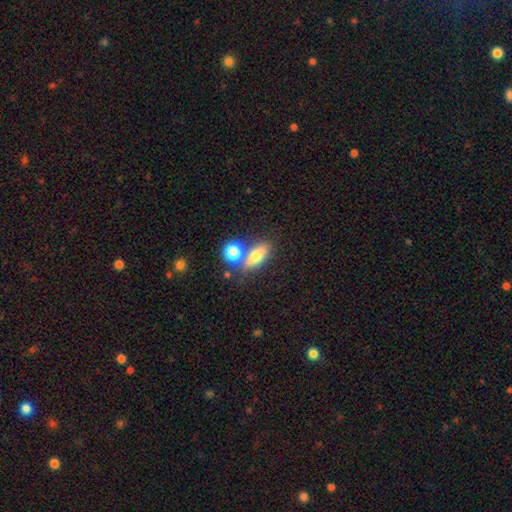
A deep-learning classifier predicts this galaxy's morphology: Smooth or featured?
  - smooth: 71% *
  - featured or disk: 19%
  - star or artifact: 10%
How rounded?
  - in between: 64% *
  - cigar-shaped: 21%
  - round: 16%
Merging?
  - none: 55% *
  - merger: 28%
  - minor disturbance: 11%
  - major disturbance: 5%